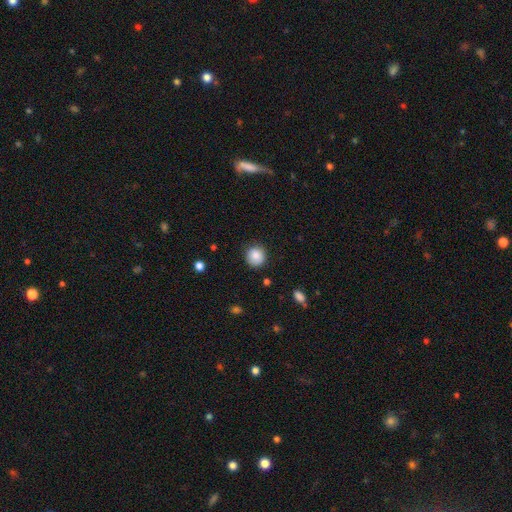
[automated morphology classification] smooth_or_featured: smooth (p=0.86) [alt: star or artifact p=0.09]
how_rounded: round (p=0.91) [alt: in between p=0.08]
merging: none (p=0.85) [alt: minor disturbance p=0.11]